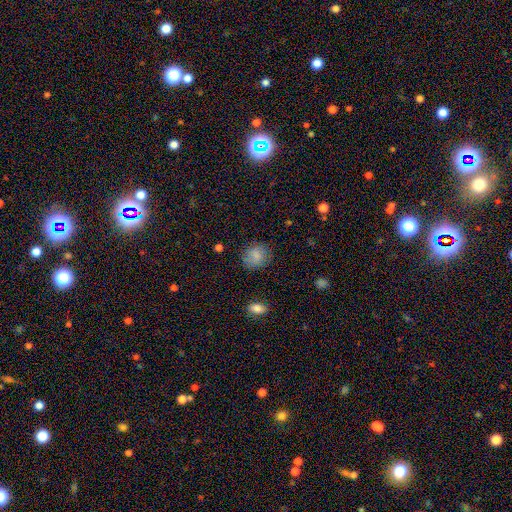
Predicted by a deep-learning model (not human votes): The model was most divided on "how rounded": round: 75%, in between: 24%, cigar-shaped: 1%. More confident: smooth or featured — smooth (83%); merging — none (79%).